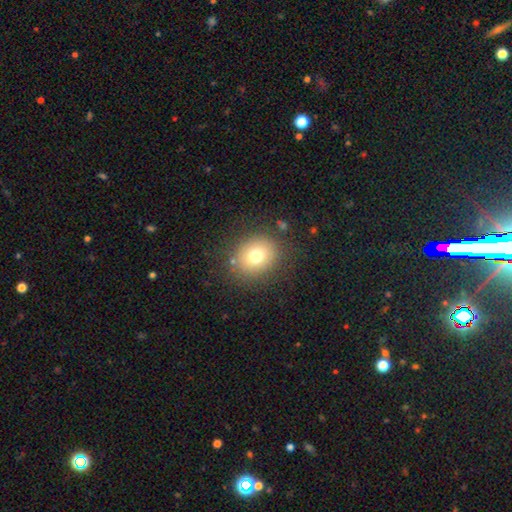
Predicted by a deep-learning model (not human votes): A smooth galaxy with no disk features (74%) that is round (69%).

Vote fractions:
- Smooth or featured? smooth: 74% / star or artifact: 14% / featured or disk: 13%
- How rounded? round: 69% / in between: 30% / cigar-shaped: 1%
- Merging? none: 84% / minor disturbance: 10% / major disturbance: 4% / merger: 2%